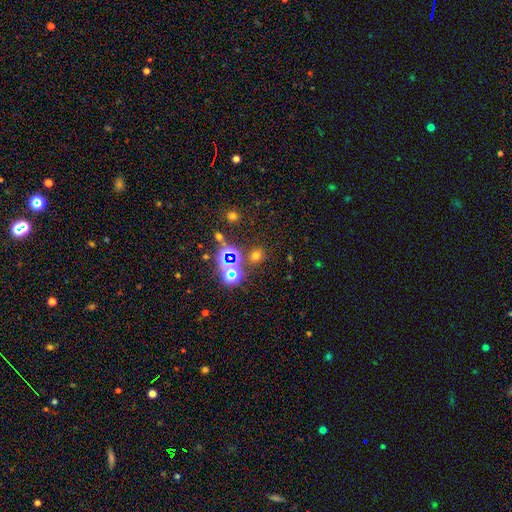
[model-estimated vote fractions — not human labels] A smooth galaxy with no disk features (56%) that is round (82%).

Vote fractions:
- Smooth or featured? smooth: 56% / star or artifact: 38% / featured or disk: 7%
- How rounded? round: 82% / in between: 17% / cigar-shaped: 1%
- Merging? none: 82% / minor disturbance: 8% / merger: 6% / major disturbance: 4%